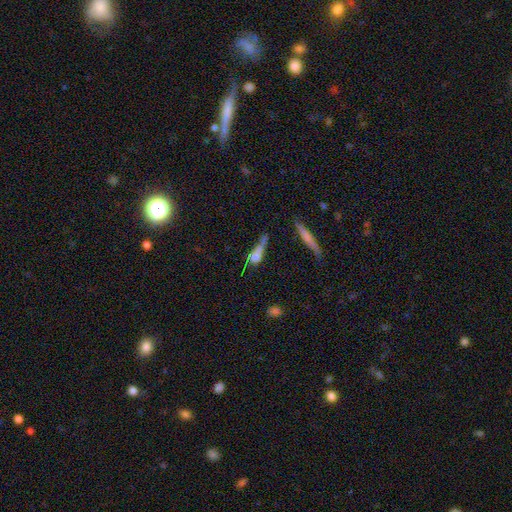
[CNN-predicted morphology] Overall: smooth (54%; featured or disk 31%). How rounded: cigar-shaped (42%; in between 35%). Merging: merger (35%; none 29%).